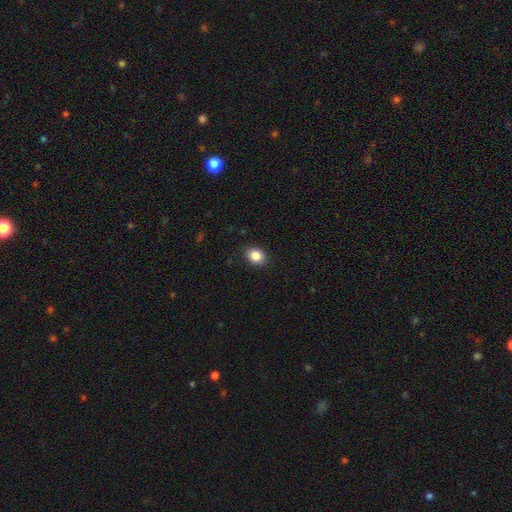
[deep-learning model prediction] smooth 87%, star or artifact 9%, featured or disk 4%. Down the decision tree: how rounded — round (54%); merging — none (89%).